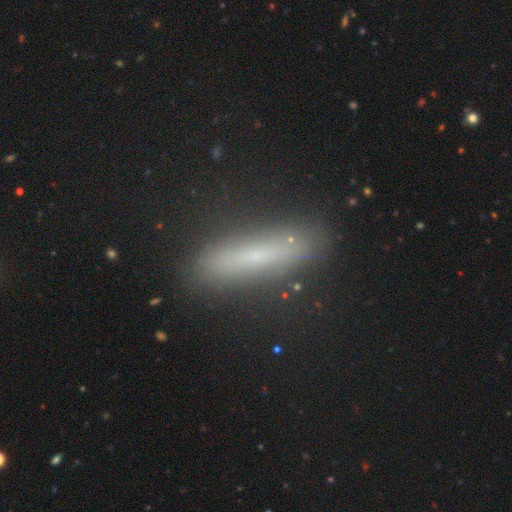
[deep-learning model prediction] Smooth or featured? Predicted: smooth (p=0.51). How rounded? Predicted: cigar-shaped (p=0.87). Merging? Predicted: none (p=0.81).